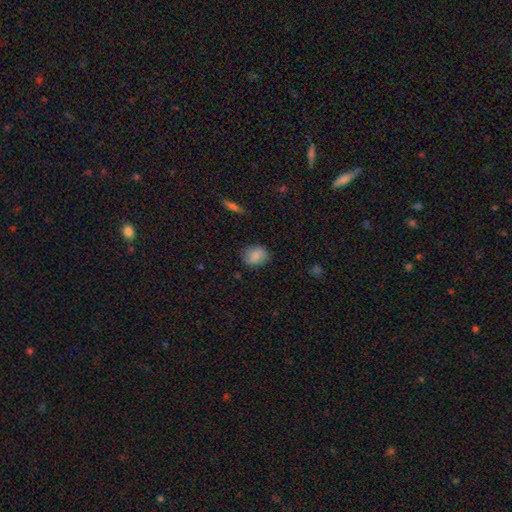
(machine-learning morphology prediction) smooth_or_featured: smooth (p=0.83) [alt: featured or disk p=0.09]
how_rounded: in between (p=0.53) [alt: round p=0.46]
merging: none (p=0.78) [alt: minor disturbance p=0.17]